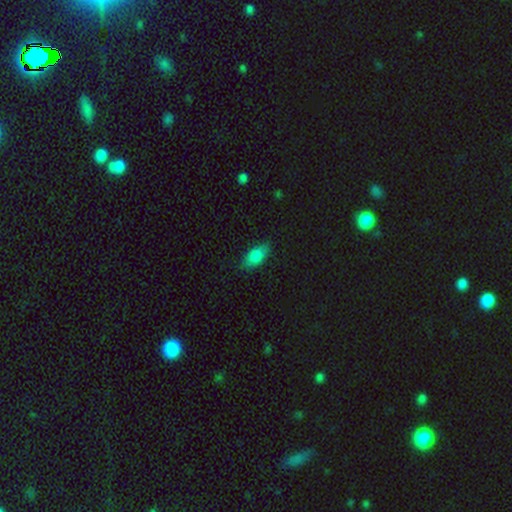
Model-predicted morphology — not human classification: This appears to be a smooth galaxy with no disk features (82%) that is in between round and cigar-shaped (88%). Merging: none (80%).